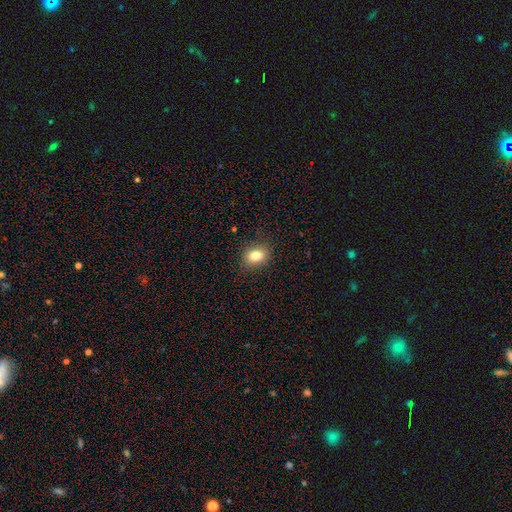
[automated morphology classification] Q: Smooth or featured?
A: smooth (82%); runner-up: star or artifact (10%)
Q: How rounded?
A: in between (55%); runner-up: round (44%)
Q: Merging?
A: none (86%); runner-up: minor disturbance (10%)